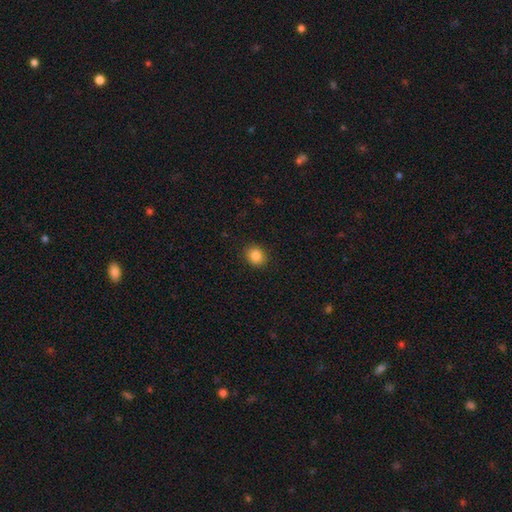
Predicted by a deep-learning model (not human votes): Morphology: type=smooth (86%); roundness=round (71%); merging=none (90%).